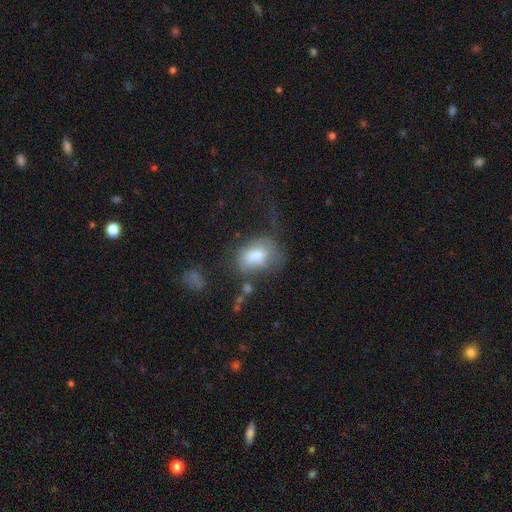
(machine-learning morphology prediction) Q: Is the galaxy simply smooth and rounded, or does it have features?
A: smooth — 70%.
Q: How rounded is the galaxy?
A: in between — 75%.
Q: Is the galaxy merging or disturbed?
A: none — 37%.